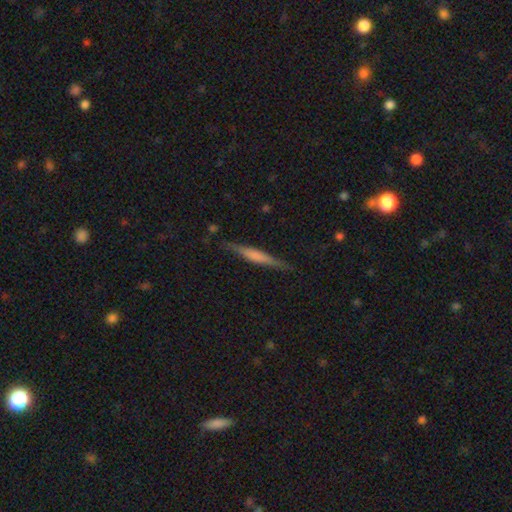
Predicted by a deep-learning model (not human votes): A featured or disk galaxy (54%) viewed edge-on (96%) with a rounded central bulge (35%). Merging: none (86%).